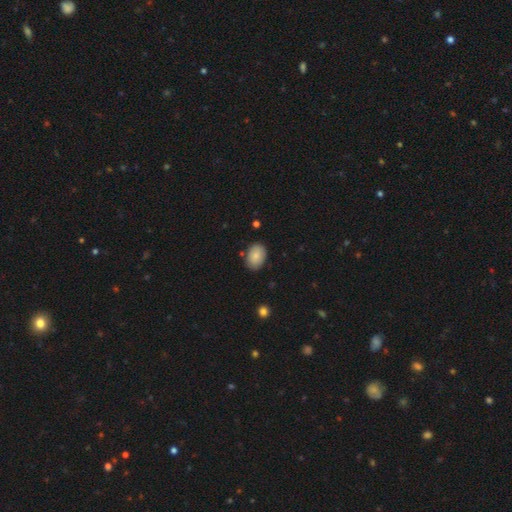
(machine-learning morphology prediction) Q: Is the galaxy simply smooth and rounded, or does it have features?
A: smooth — 84%.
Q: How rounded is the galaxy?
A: in between — 84%.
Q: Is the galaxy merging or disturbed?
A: none — 83%.